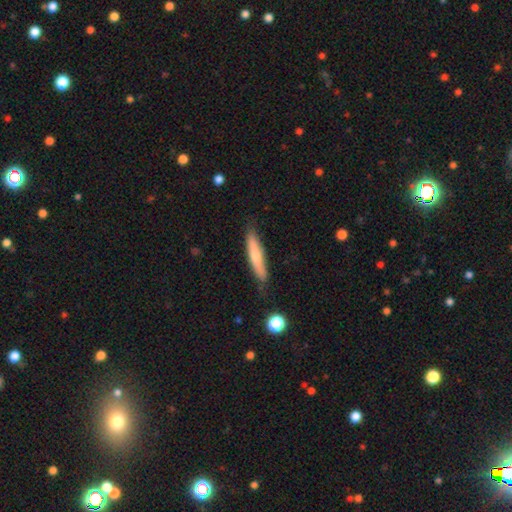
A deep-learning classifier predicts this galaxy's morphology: A smooth galaxy with no disk features (60%) that is cigar-shaped (88%).

Vote fractions:
- Smooth or featured? smooth: 60% / featured or disk: 34% / star or artifact: 6%
- How rounded? cigar-shaped: 88% / in between: 11% / round: 2%
- Merging? none: 77% / minor disturbance: 17% / major disturbance: 3% / merger: 2%